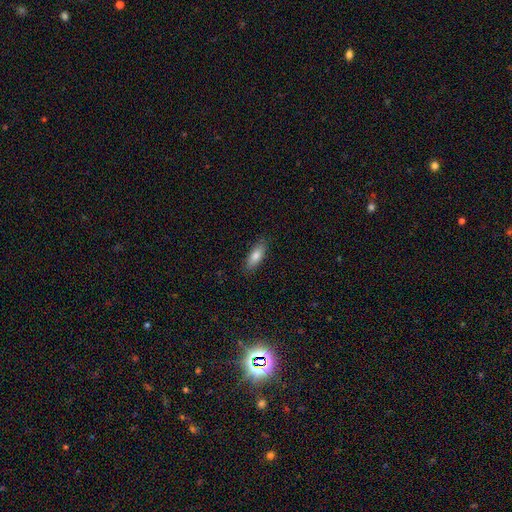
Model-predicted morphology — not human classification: Q: Smooth or featured?
A: smooth (80%); runner-up: featured or disk (13%)
Q: How rounded?
A: in between (67%); runner-up: cigar-shaped (31%)
Q: Merging?
A: none (86%); runner-up: minor disturbance (11%)